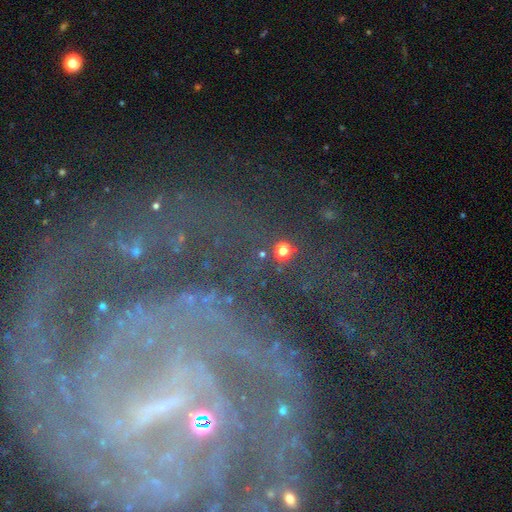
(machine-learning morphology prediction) Smooth or featured: featured or disk — 63% (star or artifact — 24%)
Edge-on disk: no — 93% (yes — 7%)
Bar: no — 38% (weak — 32%)
Spiral arms: yes — 82% (no — 18%)
Bulge size: small — 53% (moderate — 30%)
Merging: none — 60% (major disturbance — 17%)